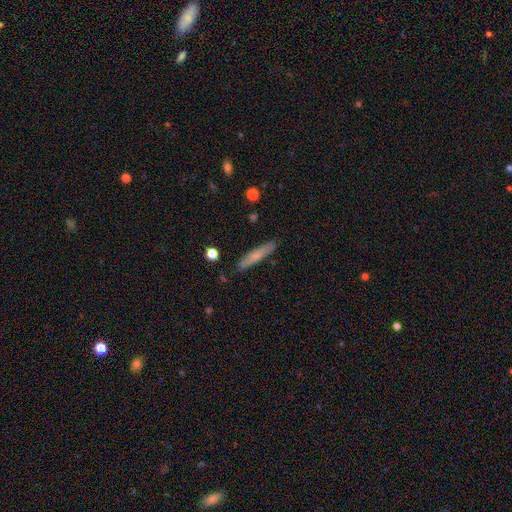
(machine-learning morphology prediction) smooth 66%, featured or disk 28%, star or artifact 6%. Down the decision tree: how rounded — cigar-shaped (93%); merging — none (88%).